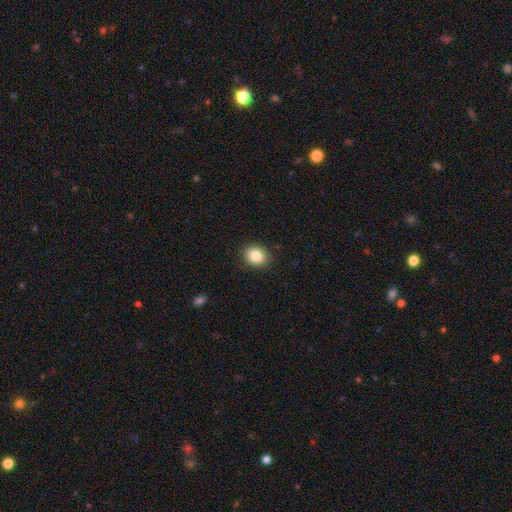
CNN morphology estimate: Q: Smooth or featured?
A: smooth (84%); runner-up: star or artifact (9%)
Q: How rounded?
A: round (64%); runner-up: in between (35%)
Q: Merging?
A: none (89%); runner-up: minor disturbance (8%)